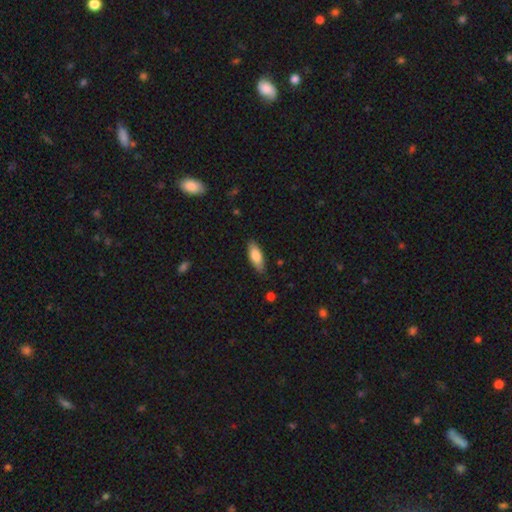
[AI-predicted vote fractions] Smooth or featured?
  - smooth: 79% *
  - featured or disk: 16%
  - star or artifact: 6%
How rounded?
  - in between: 72% *
  - cigar-shaped: 26%
  - round: 2%
Merging?
  - none: 84% *
  - minor disturbance: 13%
  - major disturbance: 2%
  - merger: 1%